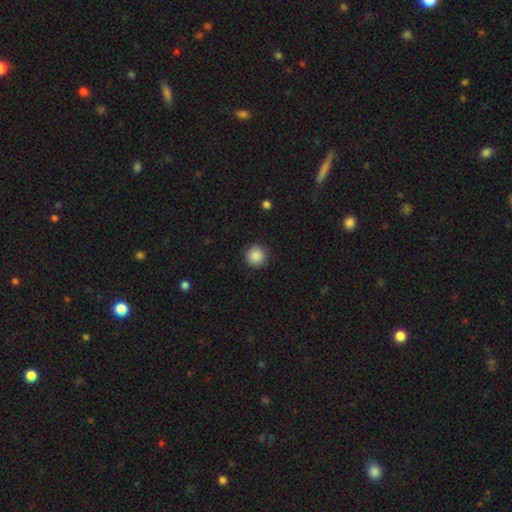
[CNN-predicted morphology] The model was most divided on "smooth or featured": smooth: 88%, star or artifact: 9%, featured or disk: 3%. More confident: how rounded — round (95%); merging — none (91%).